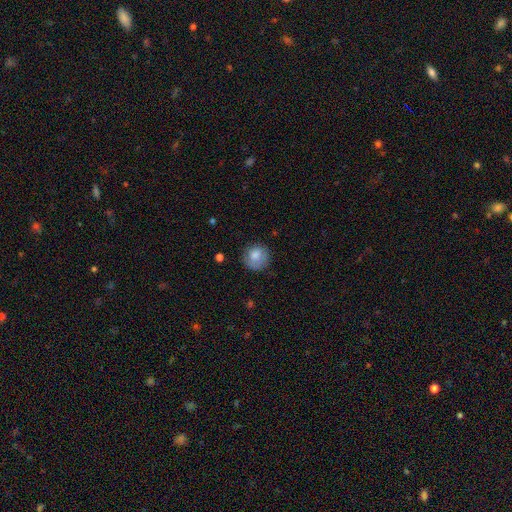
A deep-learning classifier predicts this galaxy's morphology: Smooth or featured: smooth — 79% (featured or disk — 13%)
How rounded: round — 88% (in between — 11%)
Merging: none — 73% (minor disturbance — 19%)